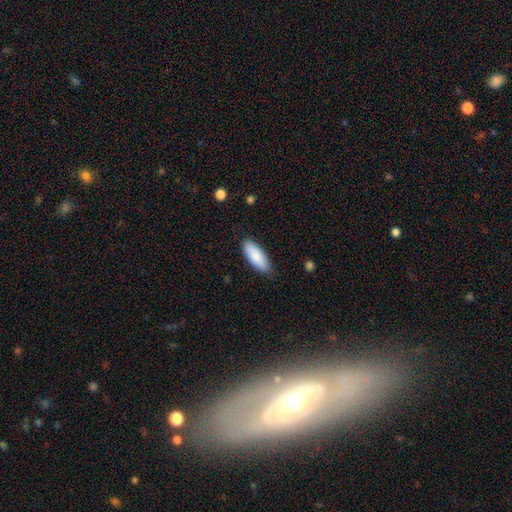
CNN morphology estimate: This appears to be a smooth galaxy with no disk features (86%) that is in between round and cigar-shaped (74%). Merging: none (83%).